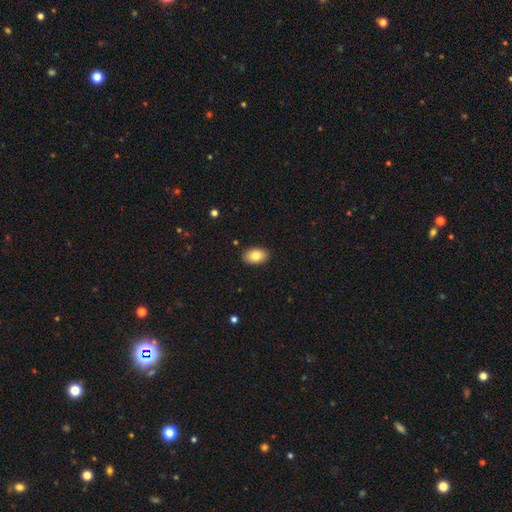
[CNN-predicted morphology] The model was most divided on "smooth or featured": smooth: 82%, featured or disk: 11%, star or artifact: 7%. More confident: how rounded — in between (90%); merging — none (89%).